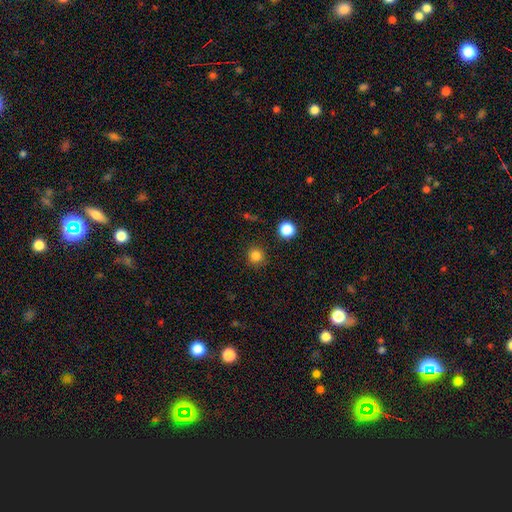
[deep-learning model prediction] A smooth galaxy with no disk features (83%) that is round (93%).

Vote fractions:
- Smooth or featured? smooth: 83% / star or artifact: 13% / featured or disk: 4%
- How rounded? round: 93% / in between: 6% / cigar-shaped: 1%
- Merging? none: 90% / minor disturbance: 6% / major disturbance: 2% / merger: 2%